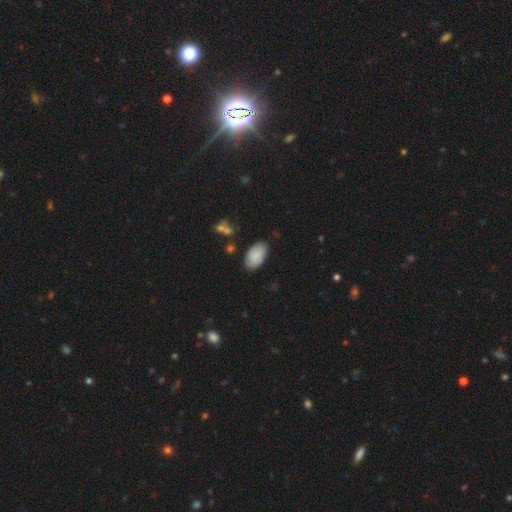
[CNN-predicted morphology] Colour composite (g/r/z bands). It shows a smooth galaxy with no disk features (86%) that is in between round and cigar-shaped (95%). Merging: none (78%).